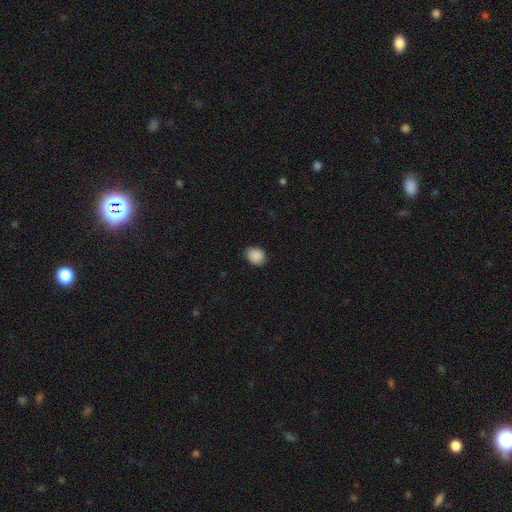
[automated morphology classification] This is clearly a smooth galaxy (89%). How rounded: possibly round (51%). Merging: clearly none (81%).